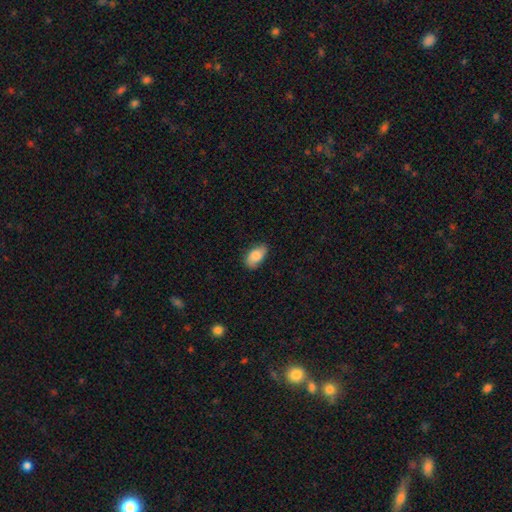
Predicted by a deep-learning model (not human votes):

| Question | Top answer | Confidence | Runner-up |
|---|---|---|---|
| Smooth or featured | smooth | 79% | featured or disk (14%) |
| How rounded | in between | 93% | round (5%) |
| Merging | none | 76% | minor disturbance (19%) |